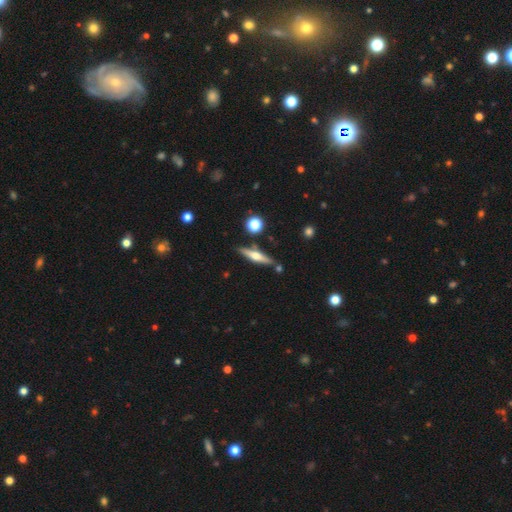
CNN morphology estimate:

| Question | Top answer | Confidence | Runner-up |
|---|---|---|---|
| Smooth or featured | featured or disk | 59% | smooth (34%) |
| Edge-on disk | yes | 95% | no (5%) |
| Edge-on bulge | rounded | 88% | boxy (7%) |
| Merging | none | 81% | minor disturbance (10%) |